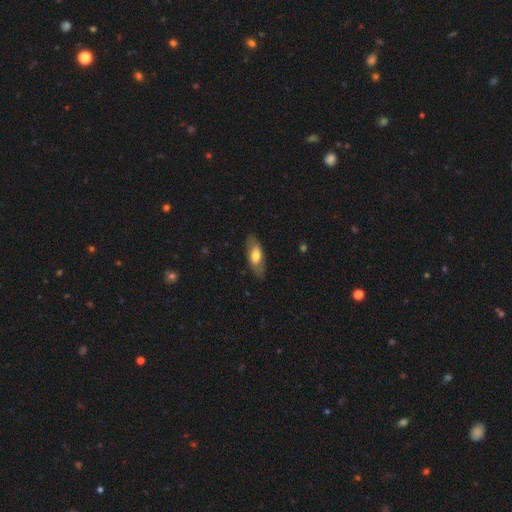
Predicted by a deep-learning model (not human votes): A smooth galaxy with no disk features (58%) that is in between round and cigar-shaped (77%).

Vote fractions:
- Smooth or featured? smooth: 58% / featured or disk: 35% / star or artifact: 6%
- How rounded? in between: 77% / cigar-shaped: 20% / round: 3%
- Merging? none: 80% / minor disturbance: 14% / major disturbance: 4% / merger: 1%